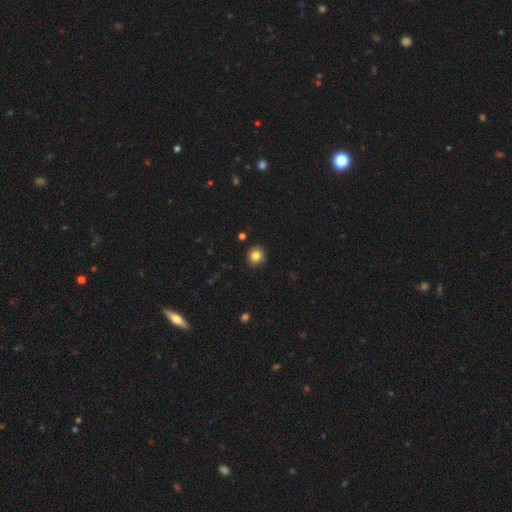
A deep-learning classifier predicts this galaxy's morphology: The model was most divided on "smooth or featured": smooth: 83%, star or artifact: 10%, featured or disk: 7%. More confident: merging — none (90%); how rounded — round (88%).